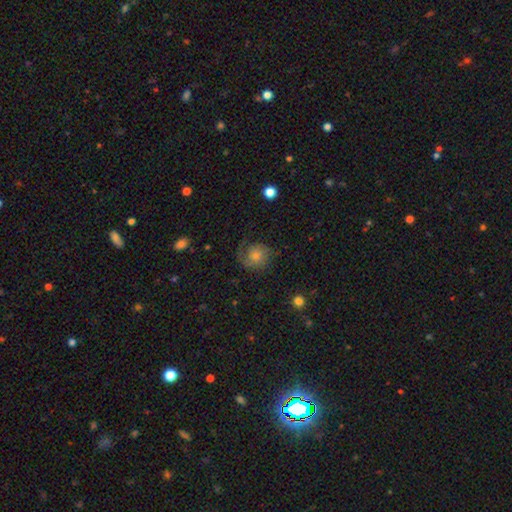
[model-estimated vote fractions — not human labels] Q: Smooth or featured?
A: featured or disk (57%); runner-up: smooth (31%)
Q: Edge-on disk?
A: no (97%); runner-up: yes (3%)
Q: Bar?
A: no (77%); runner-up: weak (20%)
Q: Spiral arms?
A: yes (91%); runner-up: no (9%)
Q: Spiral winding?
A: tight (44%); runner-up: medium (37%)
Q: Spiral arm count?
A: 1 (39%); runner-up: 2 (36%)
Q: Bulge size?
A: moderate (47%); runner-up: small (38%)
Q: Merging?
A: none (69%); runner-up: minor disturbance (17%)